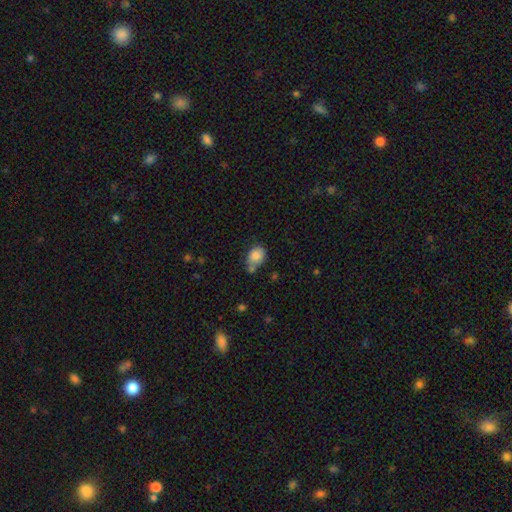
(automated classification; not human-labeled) Smooth or featured?
  - smooth: 83% *
  - featured or disk: 9%
  - star or artifact: 9%
How rounded?
  - in between: 60% *
  - round: 39%
  - cigar-shaped: 1%
Merging?
  - none: 48% *
  - minor disturbance: 25%
  - merger: 21%
  - major disturbance: 7%